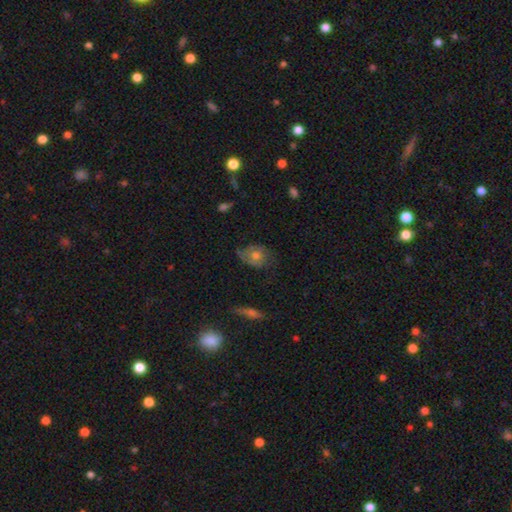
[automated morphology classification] Smooth or featured? Predicted: featured or disk (p=0.45). Merging? Predicted: none (p=0.56).